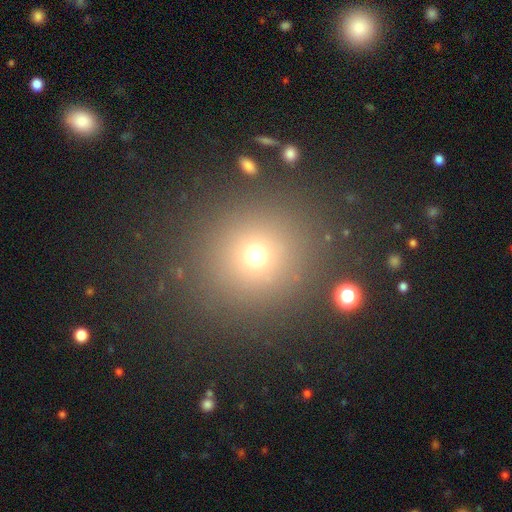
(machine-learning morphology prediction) This appears to be a smooth galaxy with no disk features (68%) that is round (91%). Merging: none (87%).